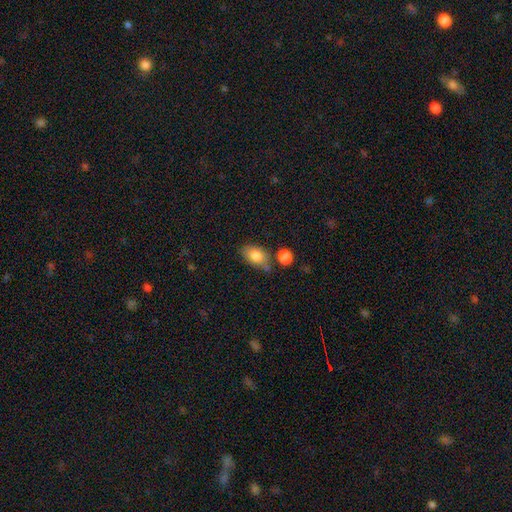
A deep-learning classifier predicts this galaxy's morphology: Smooth or featured: smooth — 82% (featured or disk — 11%)
How rounded: in between — 88% (round — 10%)
Merging: none — 63% (minor disturbance — 20%)